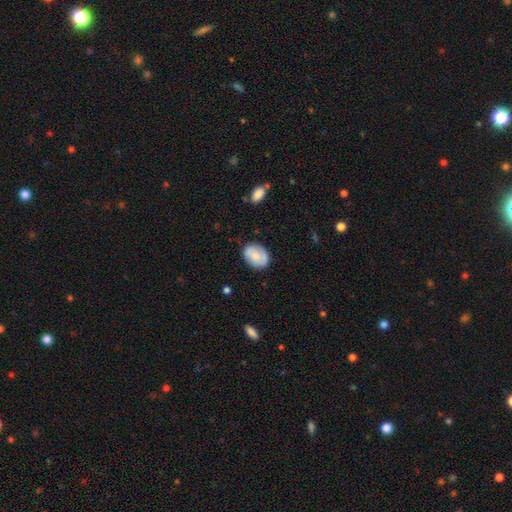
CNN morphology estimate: The model was most divided on "smooth or featured": smooth: 67%, featured or disk: 26%, star or artifact: 7%. More confident: merging — none (78%); how rounded — in between (73%).